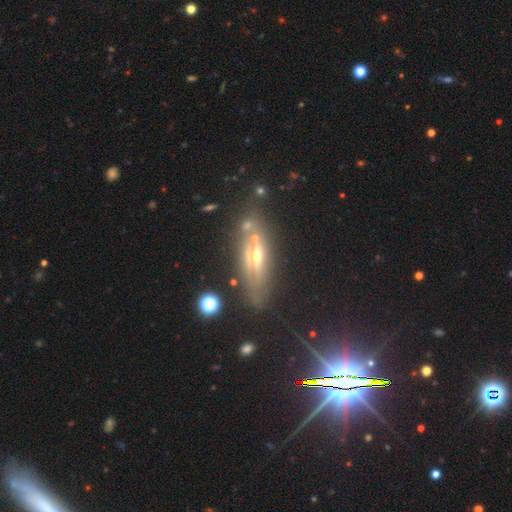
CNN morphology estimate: Q: Smooth or featured?
A: featured or disk (58%); runner-up: star or artifact (21%)
Q: Edge-on disk?
A: yes (61%); runner-up: no (39%)
Q: Merging?
A: none (68%); runner-up: minor disturbance (16%)